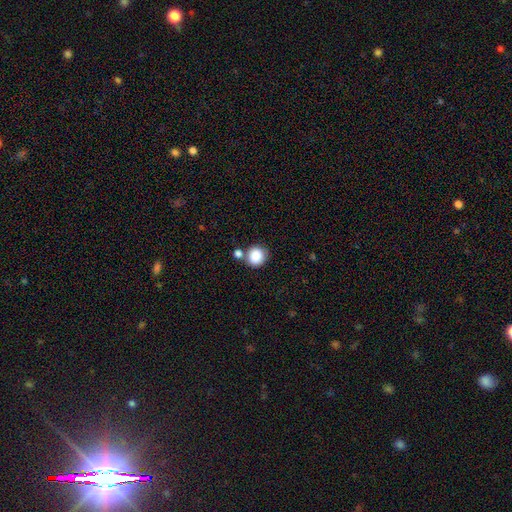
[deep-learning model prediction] The model was most divided on "merging": none: 67%, merger: 19%, minor disturbance: 10%, major disturbance: 3%. More confident: how rounded — round (90%); smooth or featured — smooth (87%).